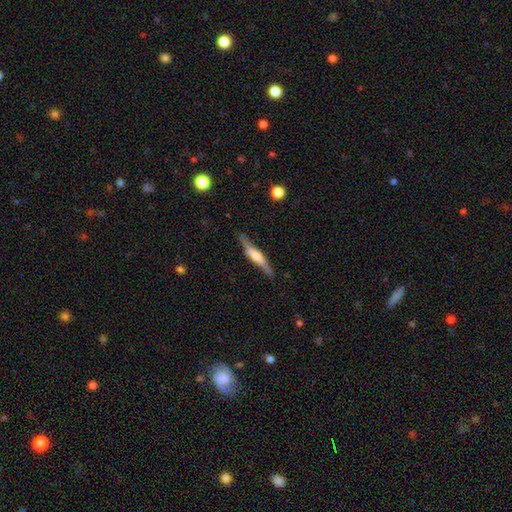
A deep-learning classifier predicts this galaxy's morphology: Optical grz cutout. It shows a featured or disk galaxy (60%) viewed edge-on (94%) with a rounded central bulge (54%). Merging: none (82%).